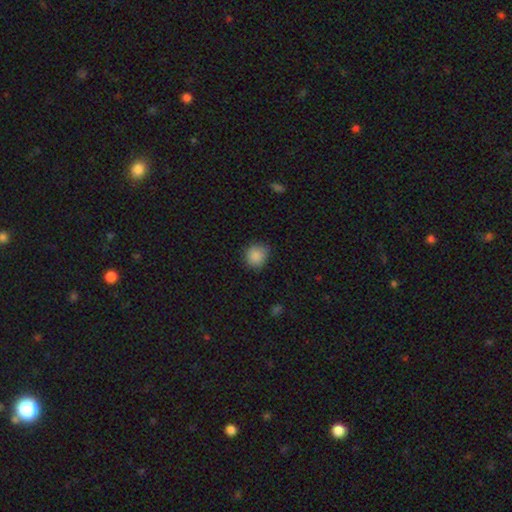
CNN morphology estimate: This is clearly a smooth galaxy (87%). How rounded: likely round (80%). Merging: likely none (78%).